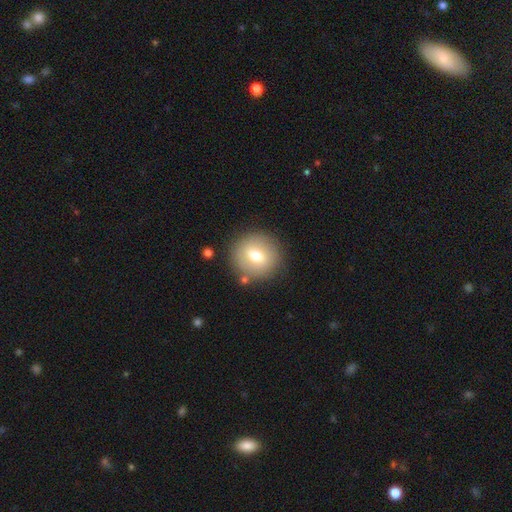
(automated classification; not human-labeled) Overall: smooth (69%). How rounded: round (91%). Merging: none (85%).